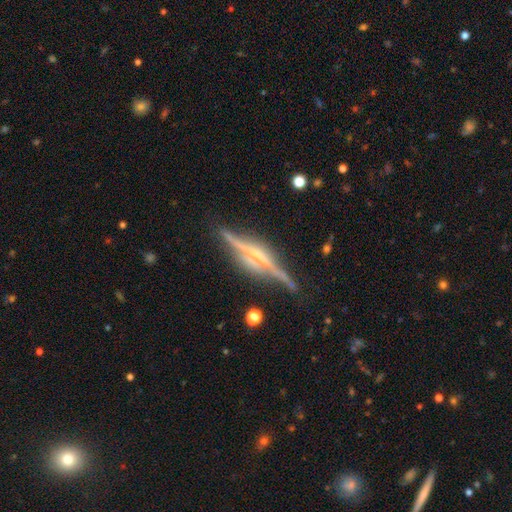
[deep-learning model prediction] Q: Smooth or featured?
A: featured or disk (84%); runner-up: smooth (9%)
Q: Edge-on disk?
A: yes (97%); runner-up: no (3%)
Q: Edge-on bulge?
A: rounded (53%); runner-up: none (24%)
Q: Merging?
A: none (81%); runner-up: minor disturbance (13%)